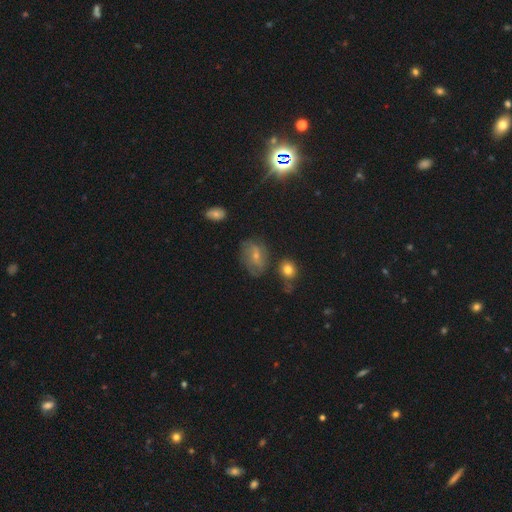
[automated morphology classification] smooth_or_featured: featured or disk (p=0.50) [alt: smooth p=0.38]
merging: none (p=0.59) [alt: minor disturbance p=0.24]